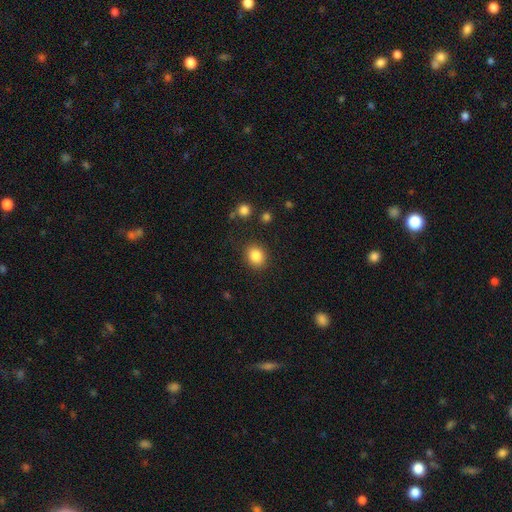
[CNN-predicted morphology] Smooth or featured? smooth (86%)
How rounded? round (63%)
Merging? none (87%)